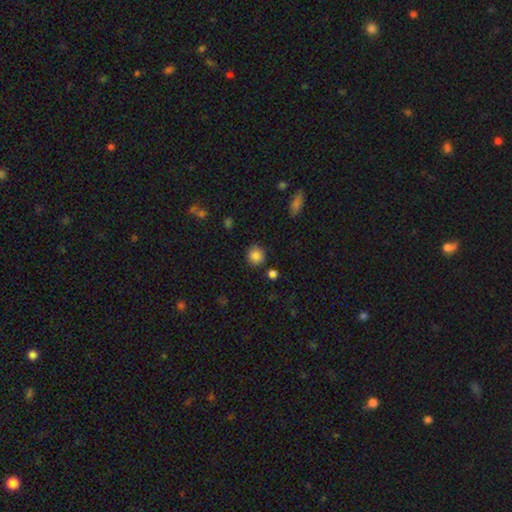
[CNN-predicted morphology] Overall: smooth (86%). How rounded: round (90%). Merging: none (87%).